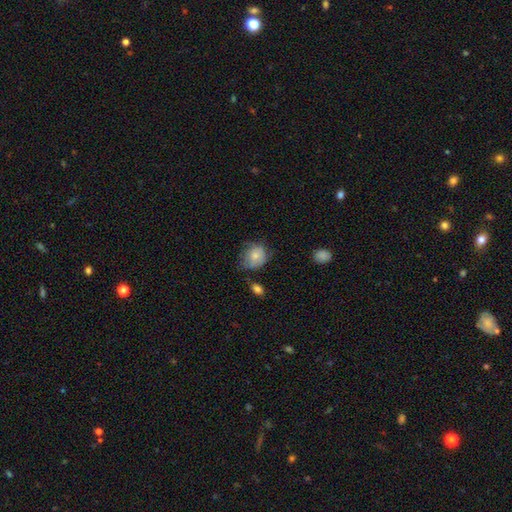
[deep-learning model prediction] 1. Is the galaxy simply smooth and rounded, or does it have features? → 74% smooth, 19% featured or disk, 8% star or artifact.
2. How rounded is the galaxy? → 62% round, 37% in between, 1% cigar-shaped.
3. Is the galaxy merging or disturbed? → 45% none, 37% minor disturbance, 14% major disturbance, 3% merger.